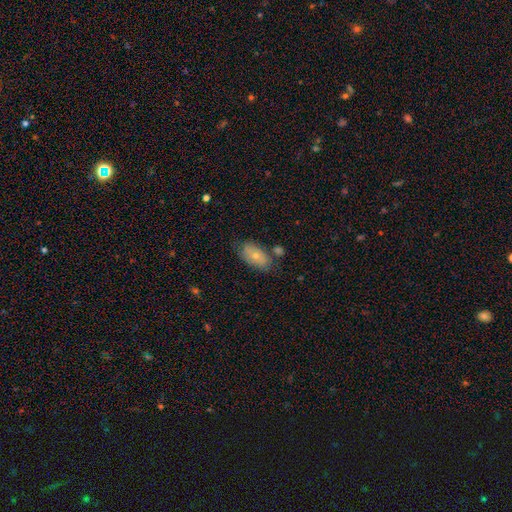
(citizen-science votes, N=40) Smooth or featured? smooth (60%)
How rounded? in between (88%)
Merging? none (71%)